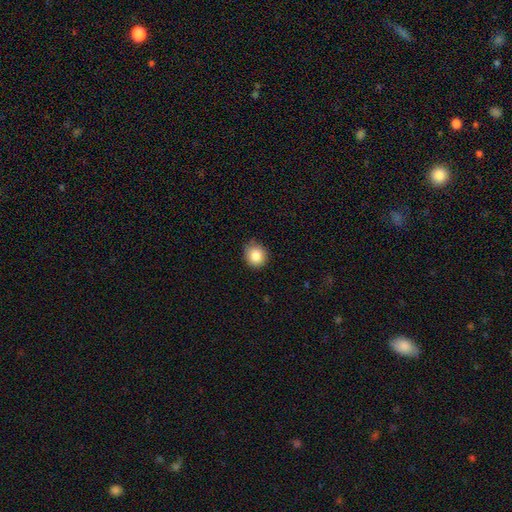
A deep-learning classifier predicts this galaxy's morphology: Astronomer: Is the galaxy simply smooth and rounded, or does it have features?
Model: smooth — 84%.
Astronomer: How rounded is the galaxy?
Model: round — 88%.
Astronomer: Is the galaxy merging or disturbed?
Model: none — 83%.